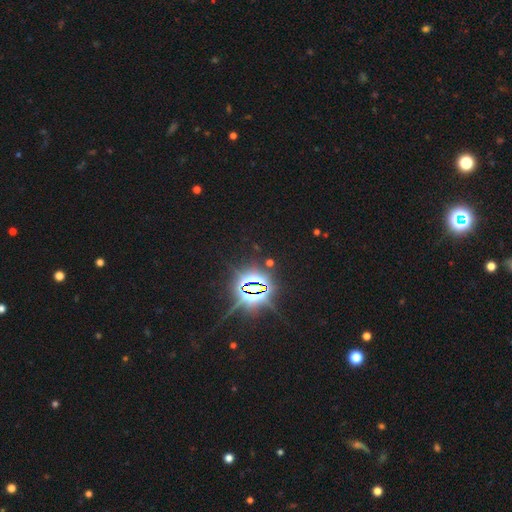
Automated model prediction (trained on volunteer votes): Smooth or featured? star or artifact (86%)